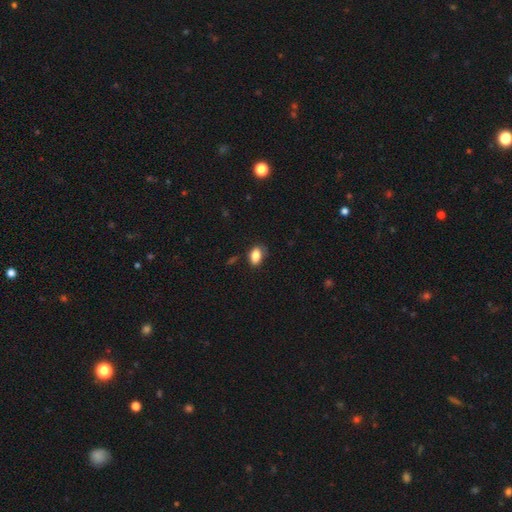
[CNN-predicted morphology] This is clearly a smooth galaxy (85%). How rounded: clearly in between (88%). Merging: likely none (75%).